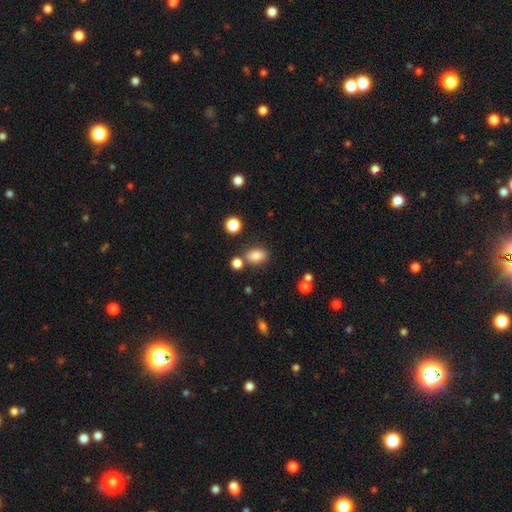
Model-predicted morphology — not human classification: Overall: smooth (81%). How rounded: in between (80%). Merging: none (73%).